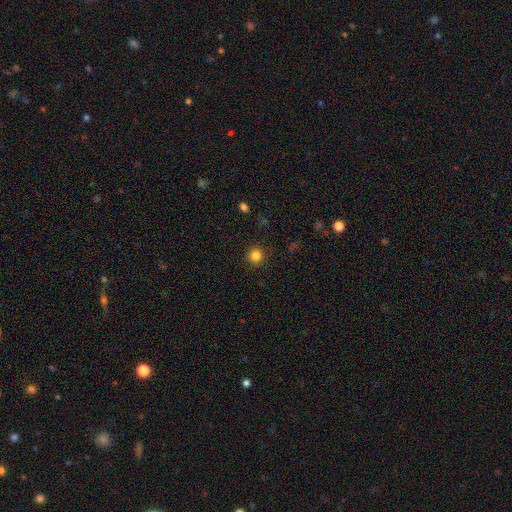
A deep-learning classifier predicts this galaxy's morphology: A smooth galaxy with no disk features (84%) that is round (95%).

Vote fractions:
- Smooth or featured? smooth: 84% / star or artifact: 12% / featured or disk: 4%
- How rounded? round: 95% / in between: 4% / cigar-shaped: 1%
- Merging? none: 91% / minor disturbance: 6% / major disturbance: 2% / merger: 1%